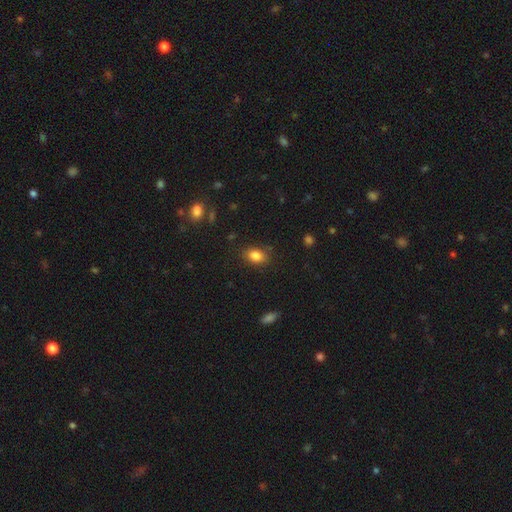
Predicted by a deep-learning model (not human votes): smooth-or-featured: smooth: 84% | star or artifact: 10% | featured or disk: 6%
  how-rounded: in between: 81% | round: 18% | cigar-shaped: 2%
  merging: none: 84% | minor disturbance: 11% | major disturbance: 3% | merger: 2%